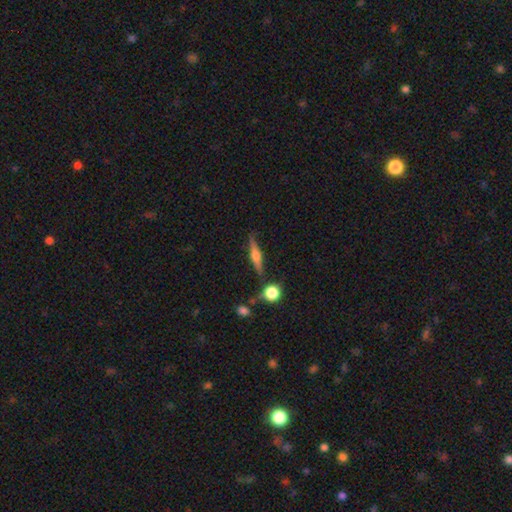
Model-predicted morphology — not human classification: This is likely a featured or disk galaxy (68%). It is clearly viewed edge-on (97%). Edge-on bulge: clearly rounded (92%). Merging: clearly none (82%).